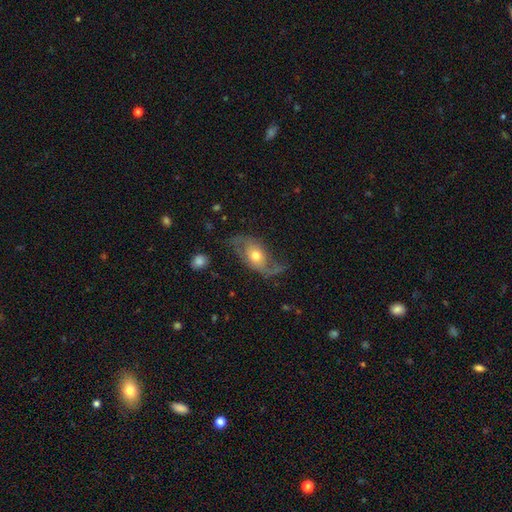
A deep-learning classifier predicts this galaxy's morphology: Smooth or featured? featured or disk (71%)
Edge-on disk? no (93%)
Bar? no (70%)
Spiral arms? yes (85%)
Spiral winding? loose (66%)
Spiral arm count? 2 (82%)
Bulge size? moderate (68%)
Merging? none (54%)